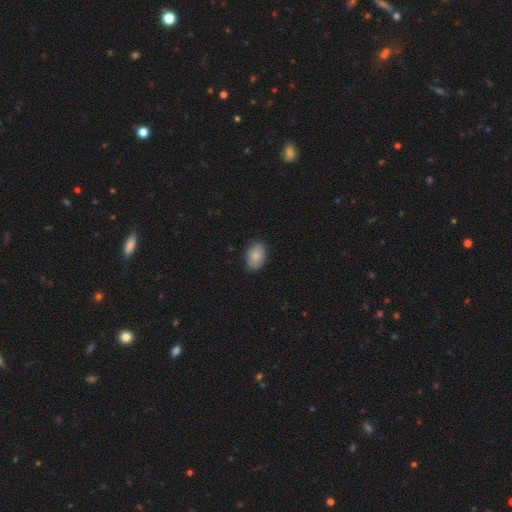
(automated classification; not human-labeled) Smooth or featured?
  - smooth: 85% *
  - featured or disk: 8%
  - star or artifact: 7%
How rounded?
  - in between: 88% *
  - round: 11%
  - cigar-shaped: 1%
Merging?
  - none: 87% *
  - minor disturbance: 10%
  - major disturbance: 2%
  - merger: 1%